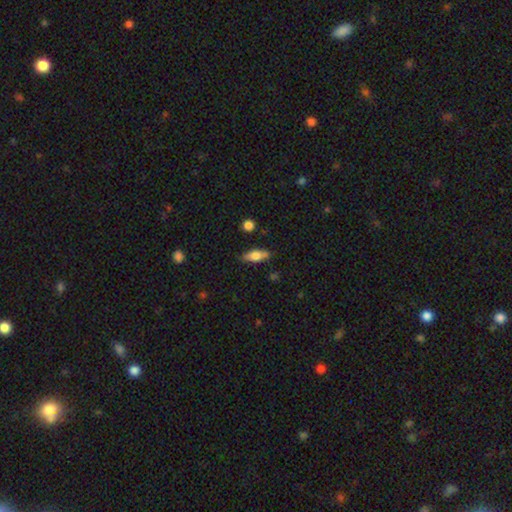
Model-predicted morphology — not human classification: smooth 64%, featured or disk 29%, star or artifact 7%. Down the decision tree: how rounded — in between (61%); merging — none (79%).